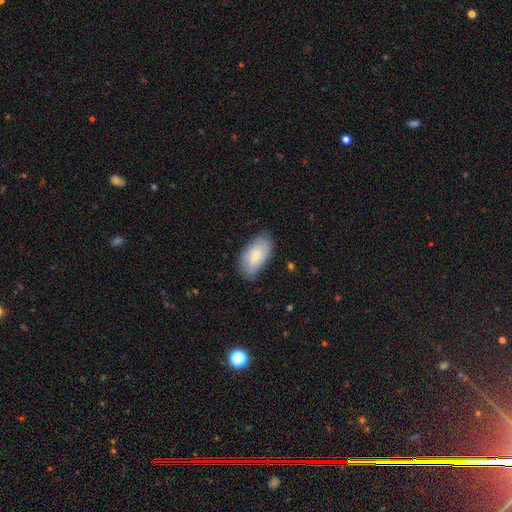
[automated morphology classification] The model was most divided on "smooth or featured": smooth: 63%, featured or disk: 30%, star or artifact: 6%. More confident: how rounded — in between (94%); merging — none (75%).